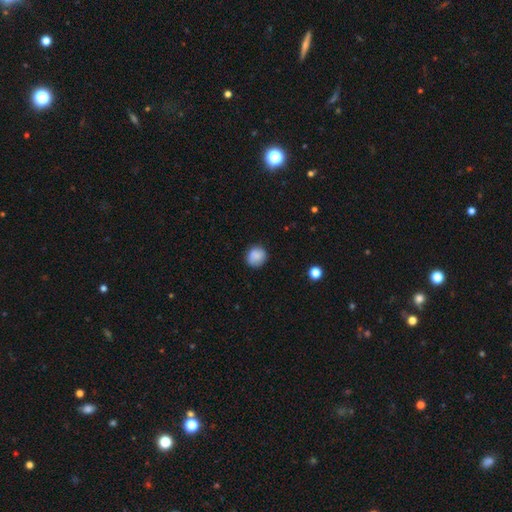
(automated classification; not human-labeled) This appears to be a smooth galaxy with no disk features (86%) that is round (83%). Merging: none (81%).